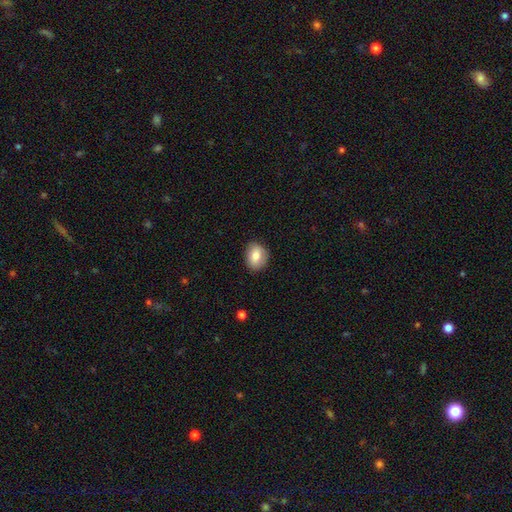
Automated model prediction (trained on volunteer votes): A smooth galaxy with no disk features (79%) that is in between round and cigar-shaped (53%).

Vote fractions:
- Smooth or featured? smooth: 79% / featured or disk: 14% / star or artifact: 8%
- How rounded? in between: 53% / round: 46% / cigar-shaped: 1%
- Merging? none: 85% / minor disturbance: 11% / major disturbance: 3% / merger: 1%